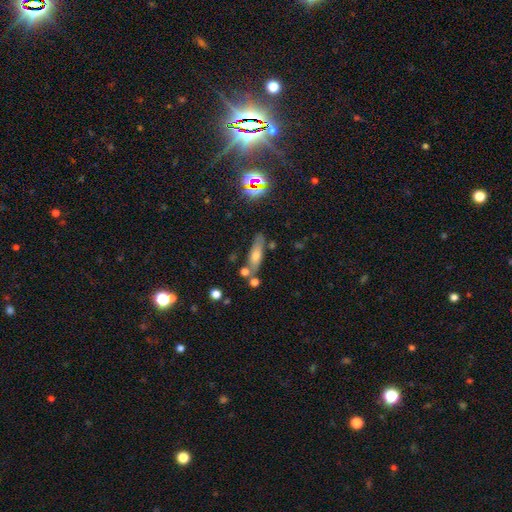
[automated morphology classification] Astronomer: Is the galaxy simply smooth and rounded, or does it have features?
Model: smooth — 54% (runner-up: featured or disk, 31%).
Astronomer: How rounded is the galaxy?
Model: cigar-shaped — 55% (runner-up: in between, 40%).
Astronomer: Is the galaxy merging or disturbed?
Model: none — 68%.